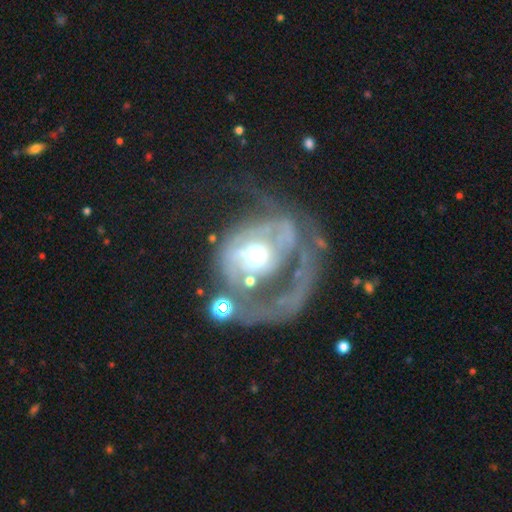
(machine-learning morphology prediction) Smooth or featured? Predicted: featured or disk (p=0.75). Edge-on disk? Predicted: no (p=0.97). Bar? Predicted: no (p=0.70). Spiral arms? Predicted: yes (p=0.68). Bulge size? Predicted: moderate (p=0.59). Merging? Predicted: major disturbance (p=0.58).